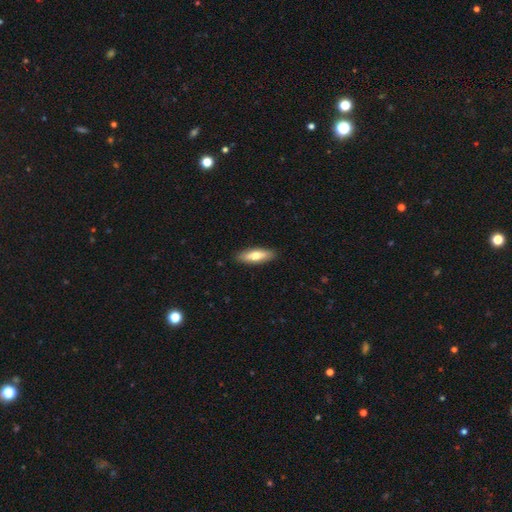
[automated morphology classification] This appears to be a smooth galaxy with no disk features (67%) that is in between round and cigar-shaped (50%). Merging: none (89%).